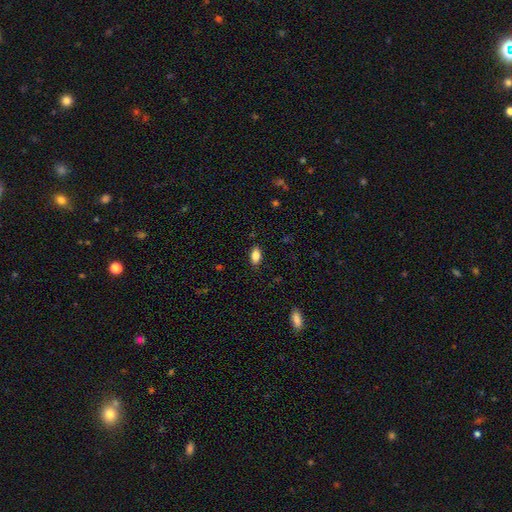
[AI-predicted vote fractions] smooth 84%, star or artifact 9%, featured or disk 7%. Down the decision tree: how rounded — in between (89%); merging — none (86%).